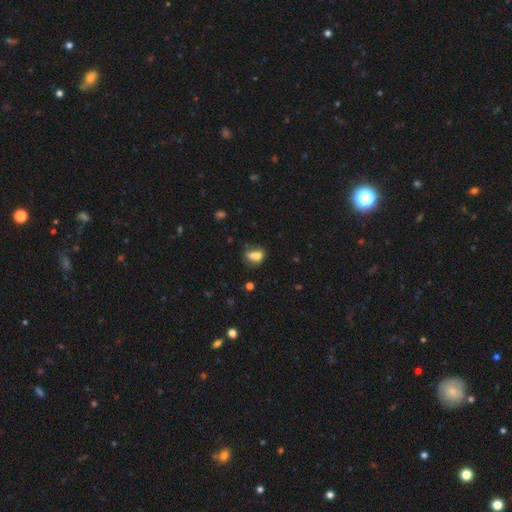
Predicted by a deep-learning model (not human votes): smooth-or-featured: smooth: 70% | featured or disk: 18% | star or artifact: 12%
  how-rounded: in between: 65% | round: 31% | cigar-shaped: 4%
  merging: merger: 46% | none: 31% | minor disturbance: 15% | major disturbance: 8%